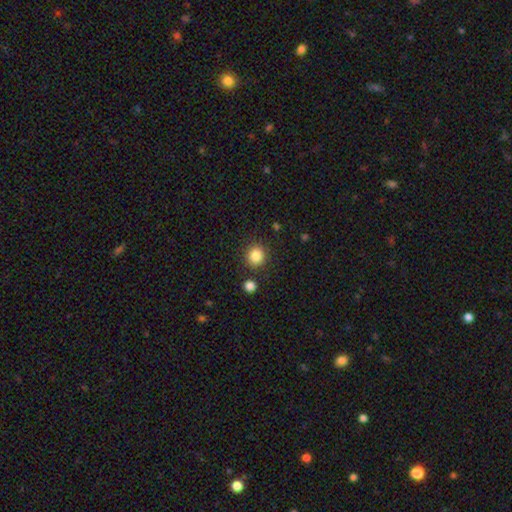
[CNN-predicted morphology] A smooth galaxy with no disk features (85%) that is round (90%).

Vote fractions:
- Smooth or featured? smooth: 85% / star or artifact: 10% / featured or disk: 5%
- How rounded? round: 90% / in between: 9% / cigar-shaped: 1%
- Merging? none: 87% / minor disturbance: 7% / merger: 4% / major disturbance: 2%